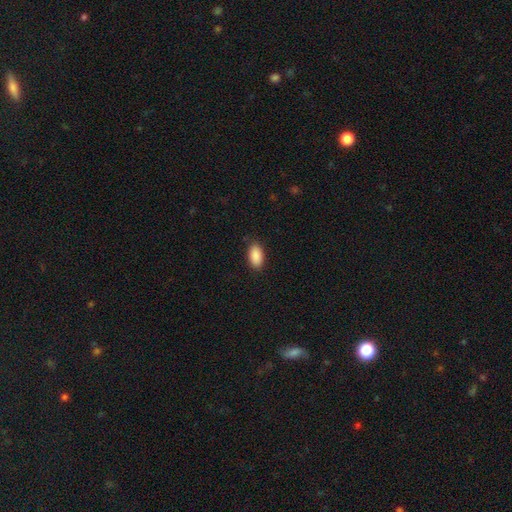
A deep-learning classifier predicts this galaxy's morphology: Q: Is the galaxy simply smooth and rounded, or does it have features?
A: smooth — 90%.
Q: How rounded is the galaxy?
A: in between — 94%.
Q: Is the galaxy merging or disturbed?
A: none — 87%.